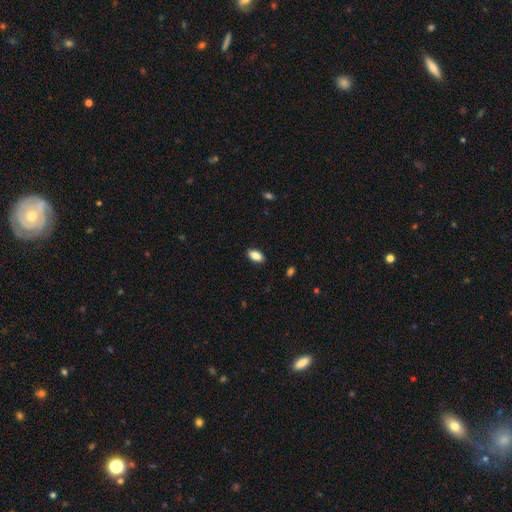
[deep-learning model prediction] Smooth or featured?
  - smooth: 86% *
  - star or artifact: 7%
  - featured or disk: 6%
How rounded?
  - in between: 92% *
  - cigar-shaped: 5%
  - round: 3%
Merging?
  - none: 89% *
  - minor disturbance: 8%
  - major disturbance: 2%
  - merger: 1%